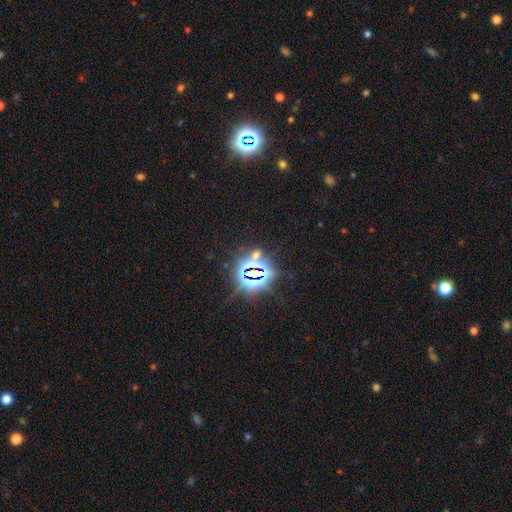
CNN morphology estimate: smooth_or_featured: star or artifact (p=0.75) [alt: smooth p=0.17]